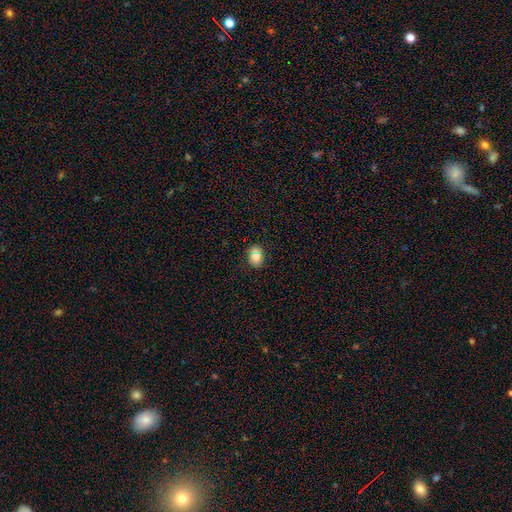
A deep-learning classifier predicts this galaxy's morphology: Smooth or featured? Predicted: smooth (p=0.76). How rounded? Predicted: in between (p=0.51). Merging? Predicted: none (p=0.83).